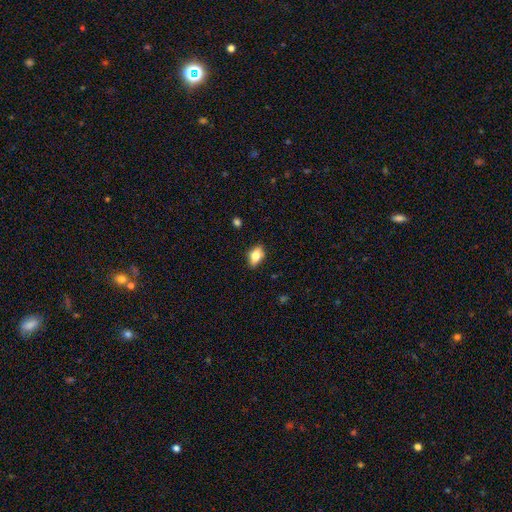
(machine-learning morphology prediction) Overall: smooth (74%). How rounded: in between (84%). Merging: none (82%).